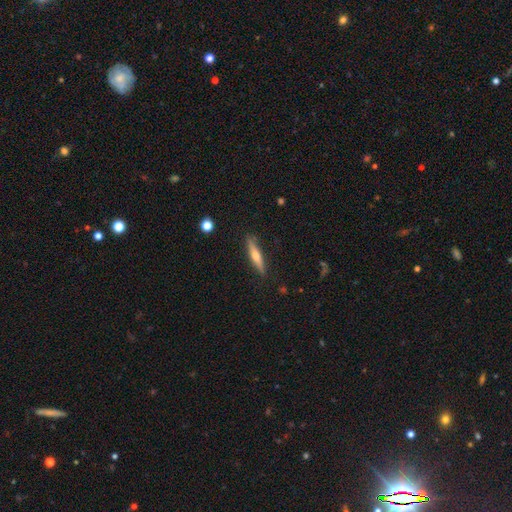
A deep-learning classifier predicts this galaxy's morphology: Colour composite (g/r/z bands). It shows a featured or disk galaxy (51%) viewed edge-on (94%). Merging: none (87%).